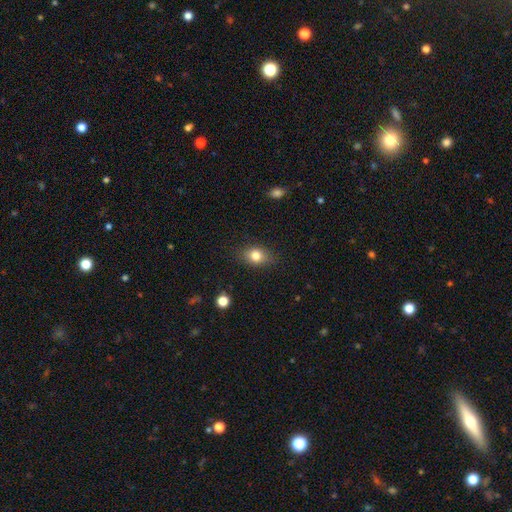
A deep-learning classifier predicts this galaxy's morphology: Overall: smooth (80%). How rounded: in between (68%; round 30%). Merging: none (84%).